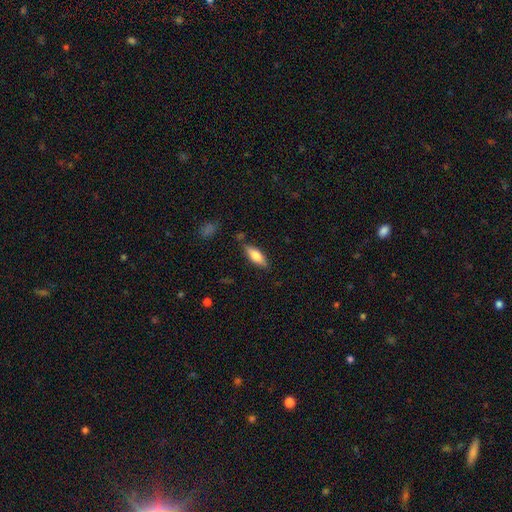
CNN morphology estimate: Smooth or featured? smooth (65%)
How rounded? in between (64%)
Merging? none (81%)